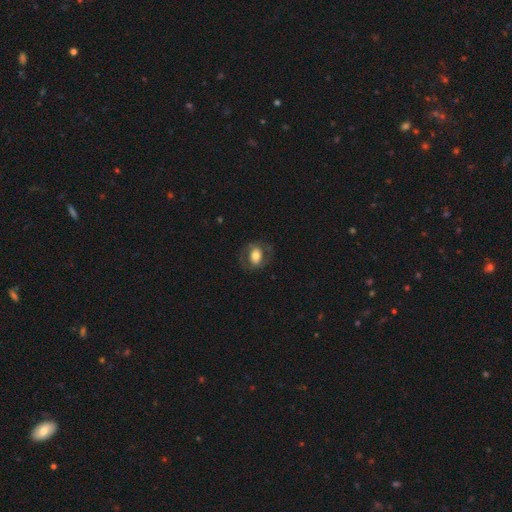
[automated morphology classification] A smooth galaxy with no disk features (55%) that is in between round and cigar-shaped (66%).

Vote fractions:
- Smooth or featured? smooth: 55% / featured or disk: 37% / star or artifact: 7%
- How rounded? in between: 66% / round: 32% / cigar-shaped: 2%
- Merging? none: 71% / minor disturbance: 15% / major disturbance: 12% / merger: 1%